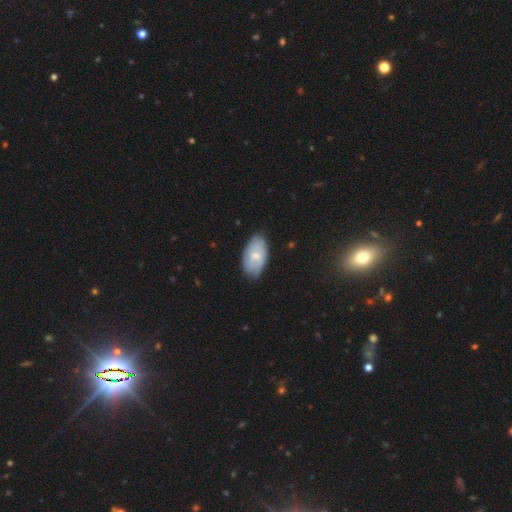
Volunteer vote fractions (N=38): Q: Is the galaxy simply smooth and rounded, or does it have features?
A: smooth — 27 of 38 (71%).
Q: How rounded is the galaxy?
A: in between — 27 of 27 (100%).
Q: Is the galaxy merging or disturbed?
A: none — 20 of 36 (56%).